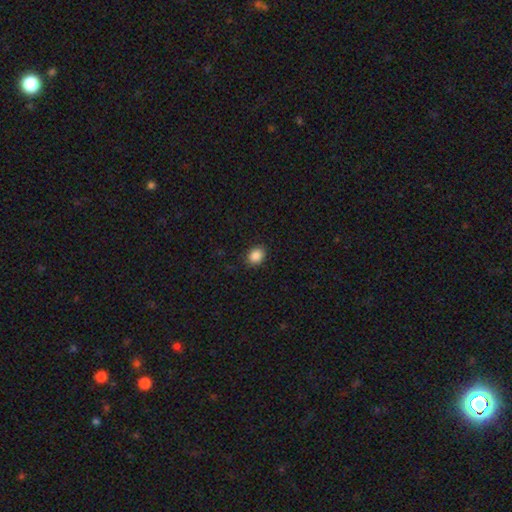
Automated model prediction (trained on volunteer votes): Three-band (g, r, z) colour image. It shows a smooth galaxy with no disk features (87%) that is round (55%). Merging: none (88%).